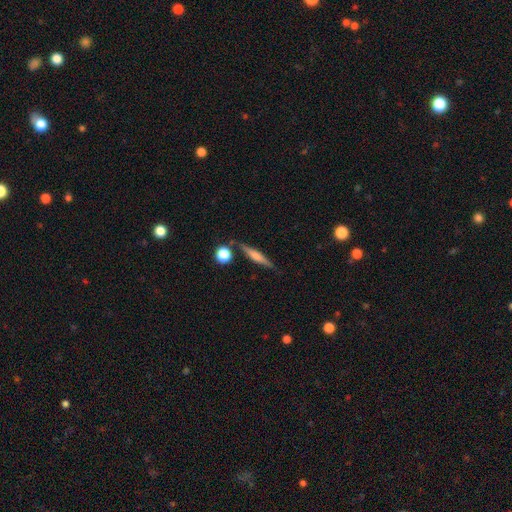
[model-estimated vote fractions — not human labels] Morphology: type=featured or disk (54%); edge-on=yes (96%); edge-on bulge=rounded (59%); merging=none (81%).